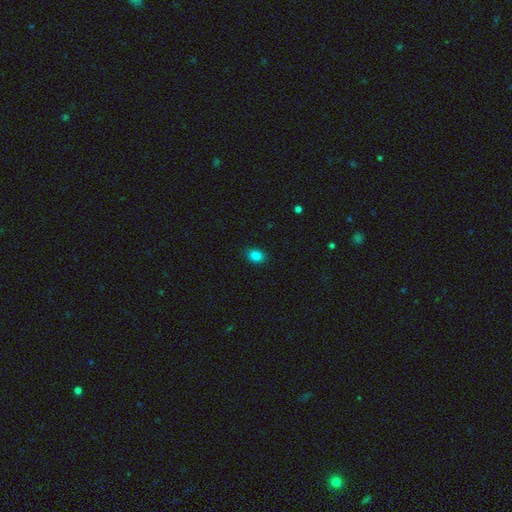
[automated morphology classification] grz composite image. It shows a smooth galaxy with no disk features (84%) that is in between round and cigar-shaped (66%). Merging: none (88%).